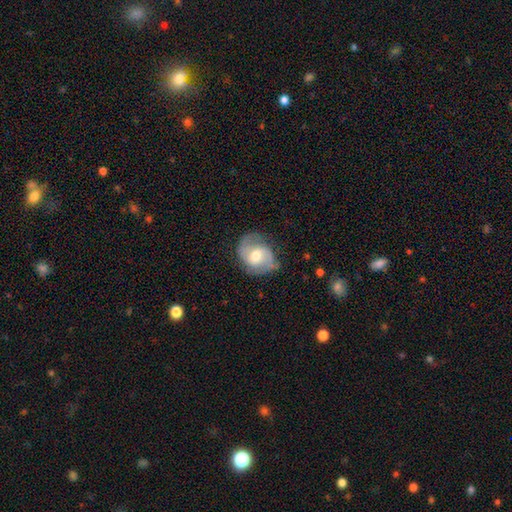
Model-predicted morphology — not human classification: This is likely a featured or disk galaxy (72%). It is clearly not viewed edge-on (97%). Bar: possibly weak (50%). Spiral arm pattern: clearly yes (90%). Spiral arm count: clearly 2 (86%). Spiral winding: possibly medium (49%). Central bulge: likely moderate (70%). Merging: likely none (66%).